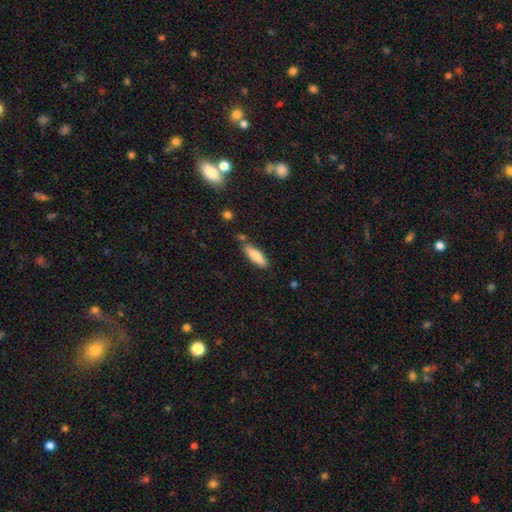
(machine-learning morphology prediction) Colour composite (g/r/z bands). It shows a smooth galaxy with no disk features (81%) that is cigar-shaped (58%). Merging: none (78%).